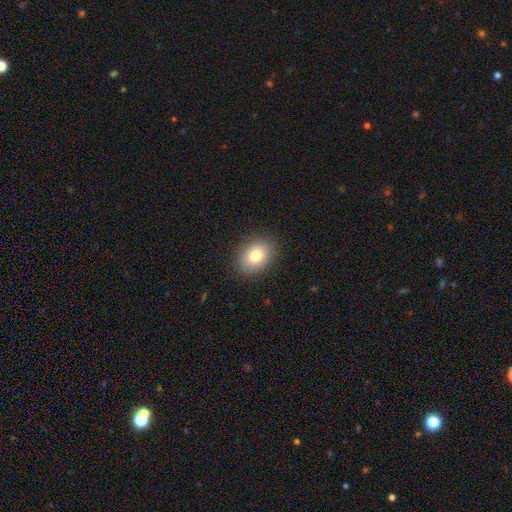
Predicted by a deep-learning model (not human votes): A smooth galaxy with no disk features (81%) that is in between round and cigar-shaped (75%). Merging: none (86%).